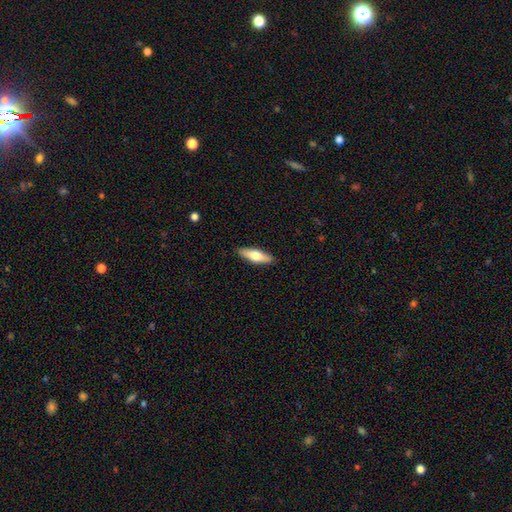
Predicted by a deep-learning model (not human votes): This appears to be a smooth galaxy with no disk features (63%) that is cigar-shaped (53%). Merging: none (90%).